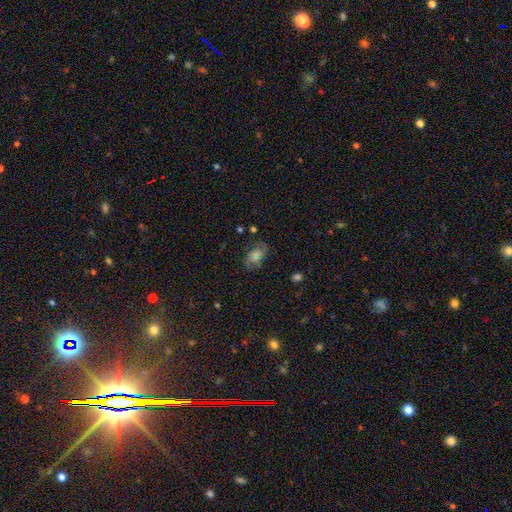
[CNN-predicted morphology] smooth_or_featured: smooth (p=0.37) [tied with: featured or disk p=0.37]
merging: none (p=0.66) [alt: minor disturbance p=0.19]